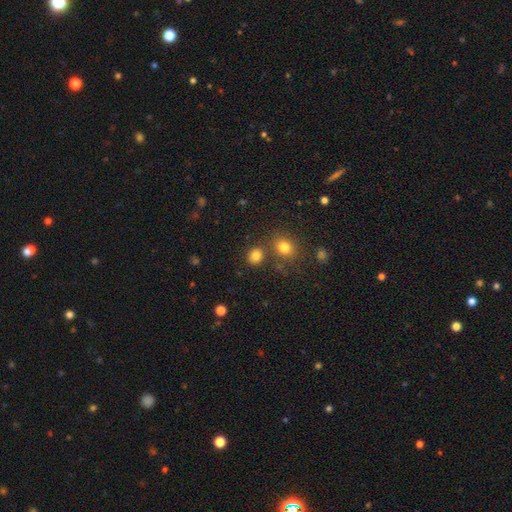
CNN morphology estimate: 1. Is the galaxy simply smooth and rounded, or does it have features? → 81% smooth, 13% star or artifact, 5% featured or disk.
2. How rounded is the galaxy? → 73% round, 26% in between, 1% cigar-shaped.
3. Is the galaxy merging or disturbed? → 76% none, 12% merger, 9% minor disturbance, 3% major disturbance.